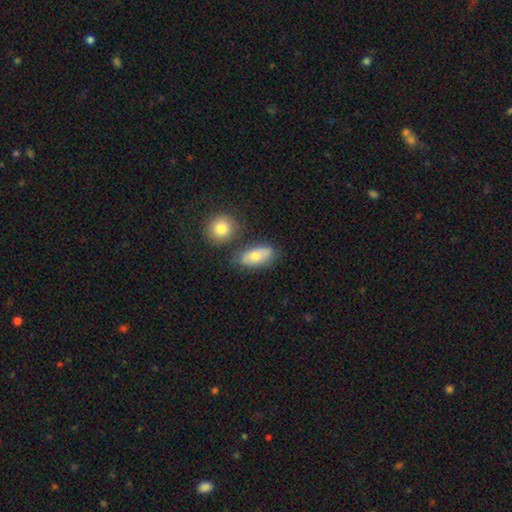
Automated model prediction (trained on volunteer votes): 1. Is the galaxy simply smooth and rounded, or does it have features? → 71% smooth, 21% featured or disk, 8% star or artifact.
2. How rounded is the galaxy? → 85% in between, 8% cigar-shaped, 7% round.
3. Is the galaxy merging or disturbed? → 67% none, 16% minor disturbance, 12% merger, 5% major disturbance.